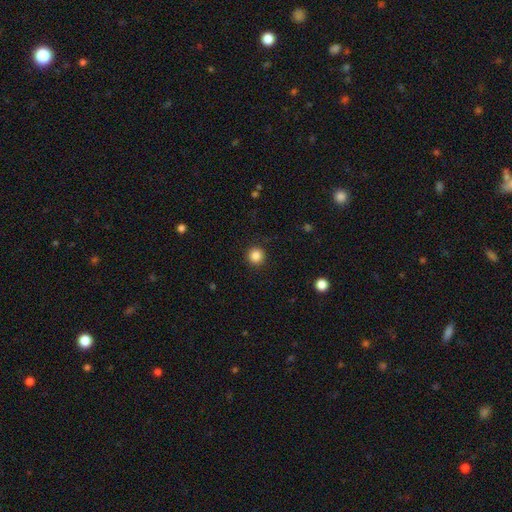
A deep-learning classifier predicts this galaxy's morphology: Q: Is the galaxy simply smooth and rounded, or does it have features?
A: smooth — 86%.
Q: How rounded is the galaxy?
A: round — 95%.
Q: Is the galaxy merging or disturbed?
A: none — 91%.